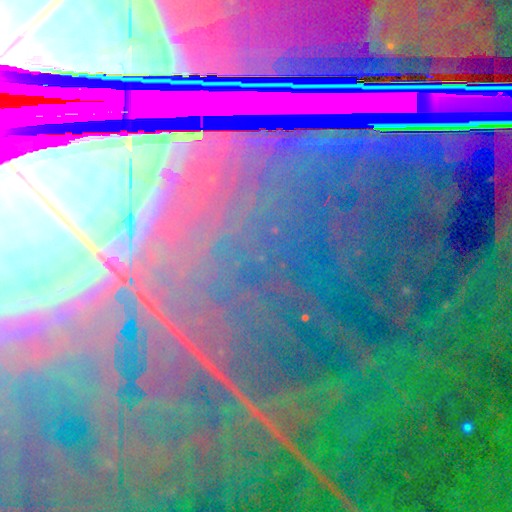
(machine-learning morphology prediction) The model was most divided on "smooth or featured": star or artifact: 88%, featured or disk: 7%, smooth: 5%.